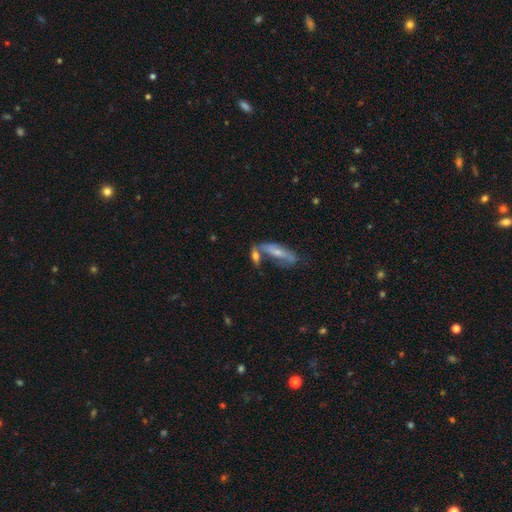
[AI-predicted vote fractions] Smooth or featured? Predicted: smooth (p=0.58). How rounded? Predicted: in between (p=0.53). Merging? Predicted: merger (p=0.42).